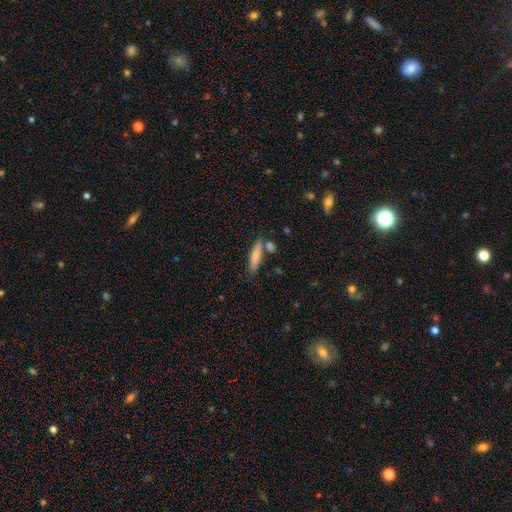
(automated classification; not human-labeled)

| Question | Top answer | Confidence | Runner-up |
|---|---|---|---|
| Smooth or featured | smooth | 76% | featured or disk (18%) |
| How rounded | cigar-shaped | 74% | in between (24%) |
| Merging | none | 69% | merger (14%) |